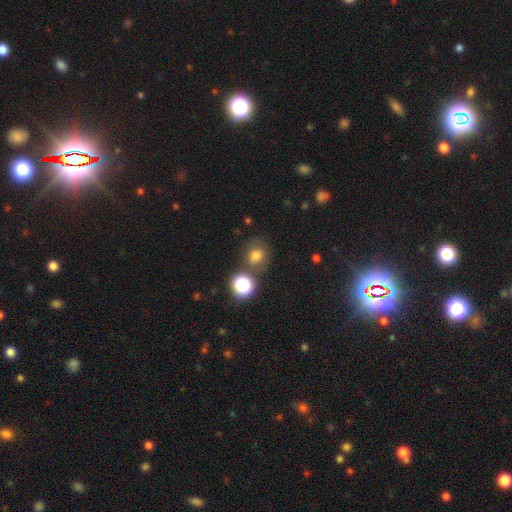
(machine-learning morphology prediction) A smooth galaxy with no disk features (74%) that is round (81%). Merging: none (72%).